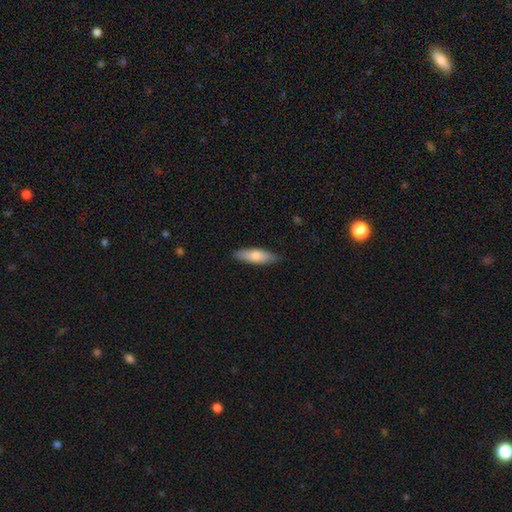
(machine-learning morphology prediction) Smooth or featured: smooth — 75% (featured or disk — 20%)
How rounded: cigar-shaped — 49% (tied with in between — 49%)
Merging: none — 84% (minor disturbance — 13%)